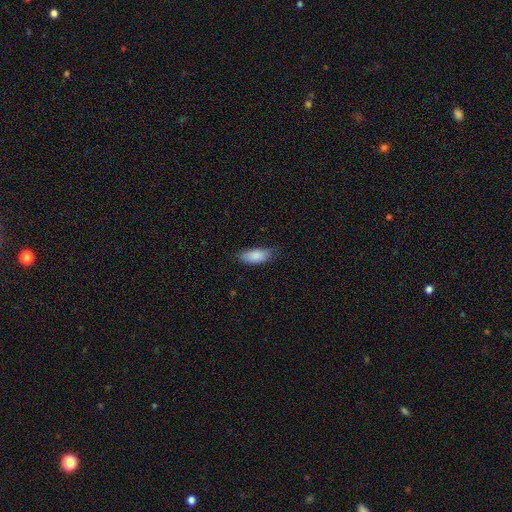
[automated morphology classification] Smooth or featured? smooth (86%)
How rounded? in between (83%)
Merging? none (71%)